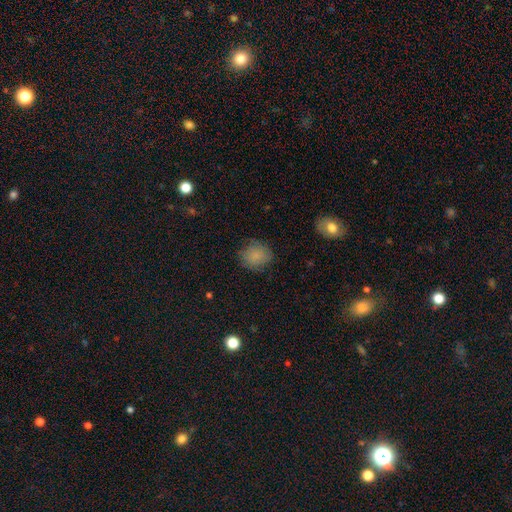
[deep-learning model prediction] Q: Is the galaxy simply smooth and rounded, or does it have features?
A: smooth — 84%.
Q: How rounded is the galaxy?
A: round — 78%.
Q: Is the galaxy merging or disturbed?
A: none — 79%.